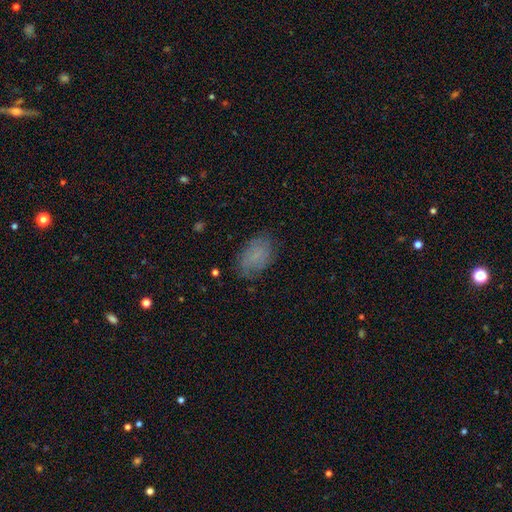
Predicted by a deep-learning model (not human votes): The model was most divided on "smooth or featured": smooth: 69%, featured or disk: 20%, star or artifact: 11%. More confident: how rounded — in between (89%); merging — none (73%).